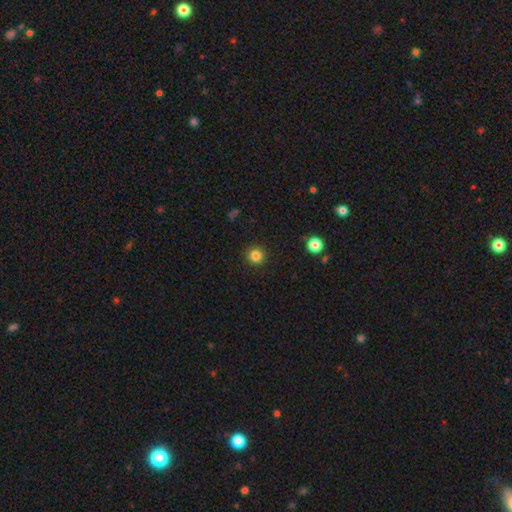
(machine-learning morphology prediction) A smooth galaxy with no disk features (83%) that is round (94%).

Vote fractions:
- Smooth or featured? smooth: 83% / star or artifact: 12% / featured or disk: 5%
- How rounded? round: 94% / in between: 5% / cigar-shaped: 1%
- Merging? none: 92% / minor disturbance: 5% / major disturbance: 2% / merger: 1%